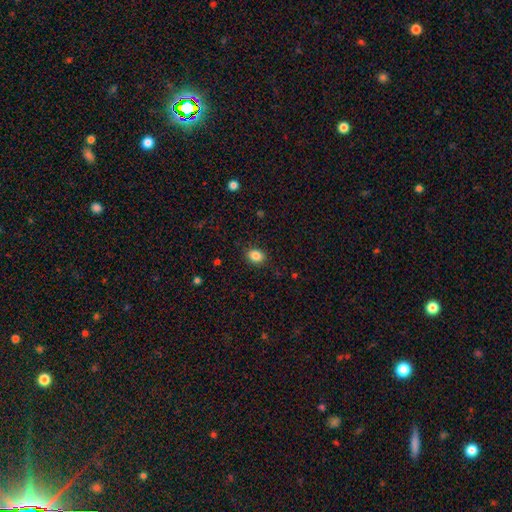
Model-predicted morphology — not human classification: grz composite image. It shows a smooth galaxy with no disk features (86%) that is in between round and cigar-shaped (59%). Merging: none (88%).